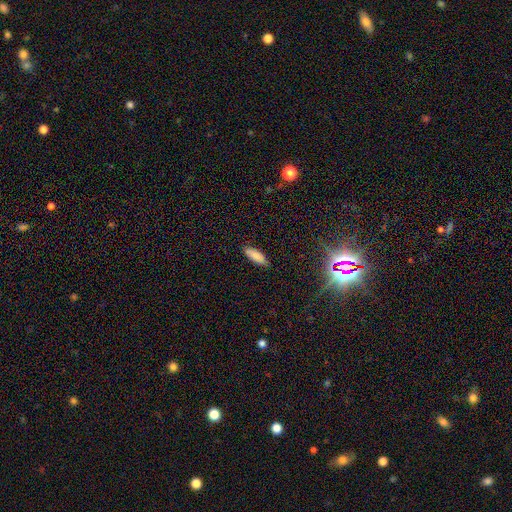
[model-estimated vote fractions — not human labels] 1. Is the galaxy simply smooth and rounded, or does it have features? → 85% smooth, 8% star or artifact, 7% featured or disk.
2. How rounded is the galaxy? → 60% in between, 38% cigar-shaped, 2% round.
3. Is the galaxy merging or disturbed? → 86% none, 11% minor disturbance, 2% major disturbance, 1% merger.